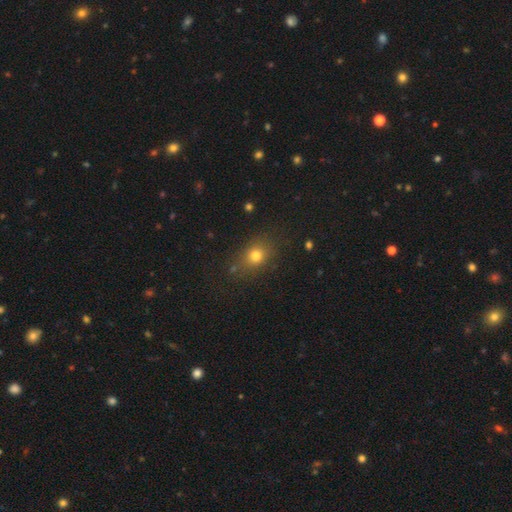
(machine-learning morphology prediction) A smooth galaxy with no disk features (75%) that is round (52%).

Vote fractions:
- Smooth or featured? smooth: 75% / star or artifact: 15% / featured or disk: 9%
- How rounded? round: 52% / in between: 46% / cigar-shaped: 2%
- Merging? none: 79% / minor disturbance: 14% / major disturbance: 5% / merger: 3%